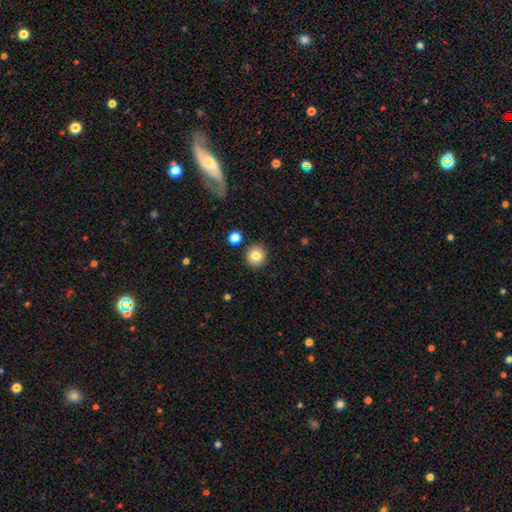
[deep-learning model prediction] The model was most divided on "smooth or featured": smooth: 82%, star or artifact: 10%, featured or disk: 8%. More confident: how rounded — round (93%); merging — none (89%).